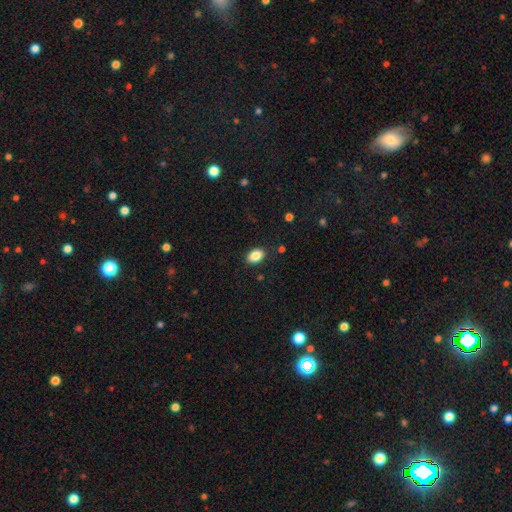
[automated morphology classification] smooth-or-featured: smooth: 87% | star or artifact: 8% | featured or disk: 5%
  how-rounded: in between: 87% | round: 12% | cigar-shaped: 1%
  merging: none: 87% | minor disturbance: 10% | major disturbance: 2% | merger: 1%